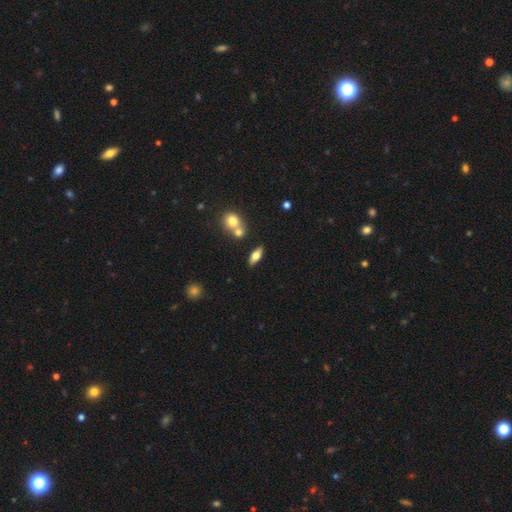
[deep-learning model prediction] smooth_or_featured: smooth (p=0.61) [alt: featured or disk p=0.31]
how_rounded: in between (p=0.75) [alt: cigar-shaped p=0.20]
merging: none (p=0.78) [alt: minor disturbance p=0.10]